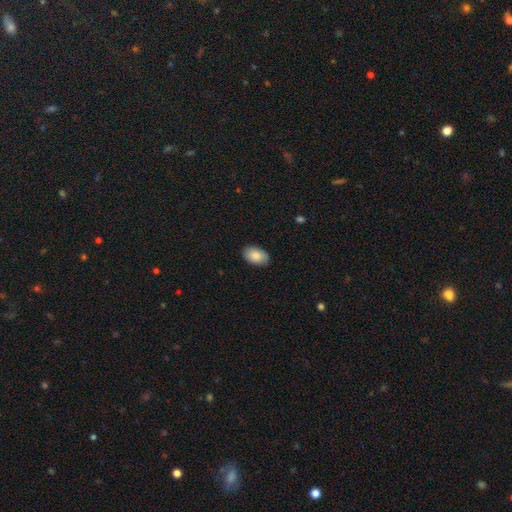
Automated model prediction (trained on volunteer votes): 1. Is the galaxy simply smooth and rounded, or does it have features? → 85% smooth, 9% featured or disk, 6% star or artifact.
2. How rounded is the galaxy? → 93% in between, 6% round, 1% cigar-shaped.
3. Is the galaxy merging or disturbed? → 87% none, 10% minor disturbance, 2% major disturbance, 1% merger.